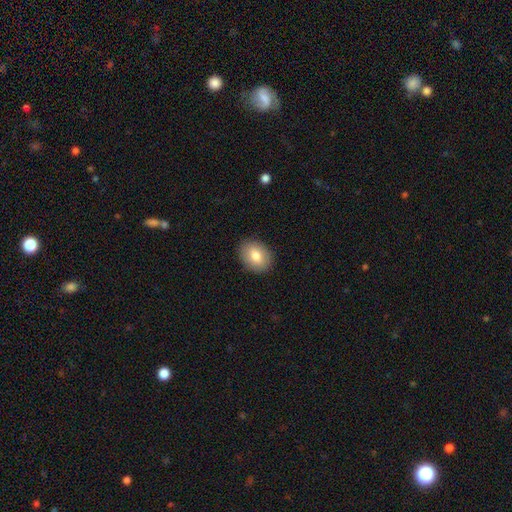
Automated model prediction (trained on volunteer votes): smooth 79%, featured or disk 13%, star or artifact 8%. Down the decision tree: how rounded — in between (62%); merging — none (89%).